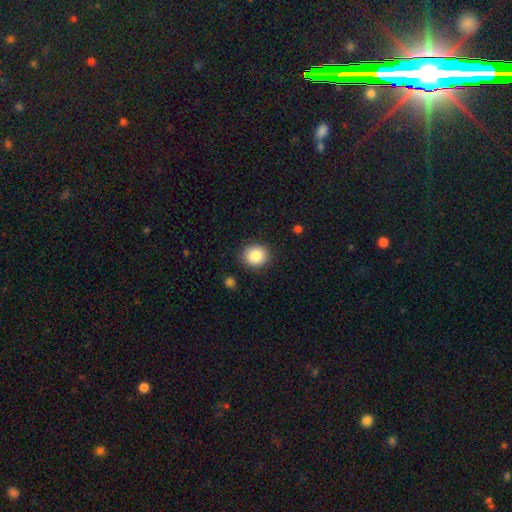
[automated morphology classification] Smooth or featured?
  - smooth: 86% *
  - star or artifact: 8%
  - featured or disk: 5%
How rounded?
  - round: 79% *
  - in between: 20%
  - cigar-shaped: 1%
Merging?
  - none: 88% *
  - minor disturbance: 8%
  - major disturbance: 2%
  - merger: 1%